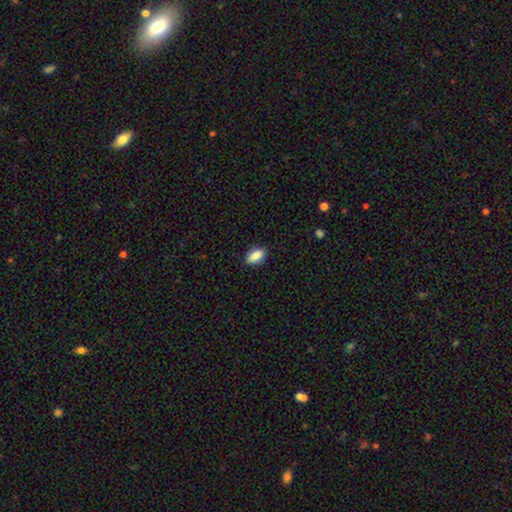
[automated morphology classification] smooth 85%, featured or disk 8%, star or artifact 7%. Down the decision tree: how rounded — in between (87%); merging — none (87%).